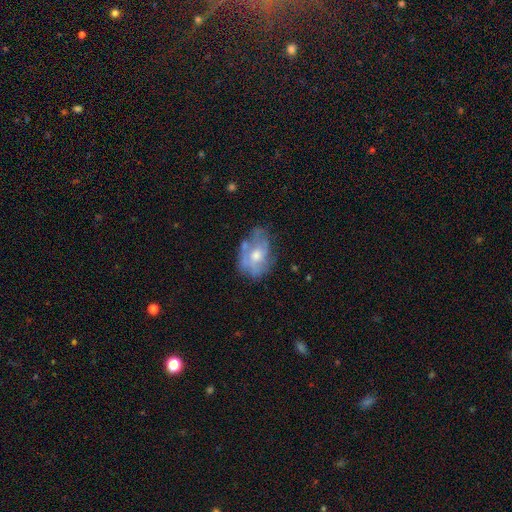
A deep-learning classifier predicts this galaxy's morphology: Smooth or featured?
  - featured or disk: 56% *
  - smooth: 36%
  - star or artifact: 9%
Edge-on disk?
  - no: 95% *
  - yes: 5%
Bar?
  - no: 81% *
  - weak: 16%
  - strong: 3%
Spiral arms?
  - no: 61% *
  - yes: 39%
Bulge size?
  - moderate: 66% *
  - small: 22%
  - large: 8%
  - none: 3%
  - dominant: 1%
Merging?
  - none: 49% *
  - minor disturbance: 29%
  - major disturbance: 17%
  - merger: 5%